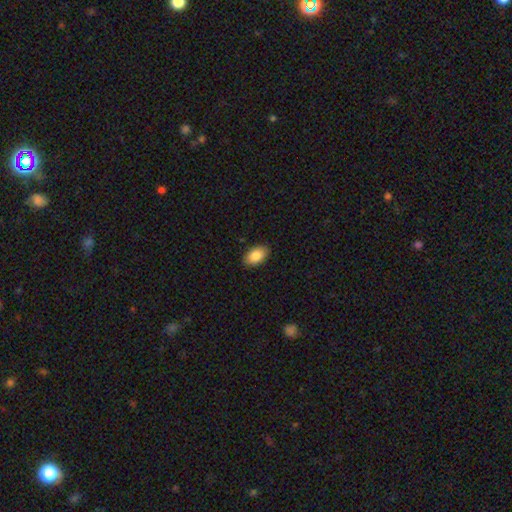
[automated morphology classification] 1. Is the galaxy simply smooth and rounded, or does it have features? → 86% smooth, 7% featured or disk, 7% star or artifact.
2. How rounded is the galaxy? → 92% in between, 6% round, 1% cigar-shaped.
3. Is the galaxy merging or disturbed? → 89% none, 9% minor disturbance, 2% major disturbance, 1% merger.